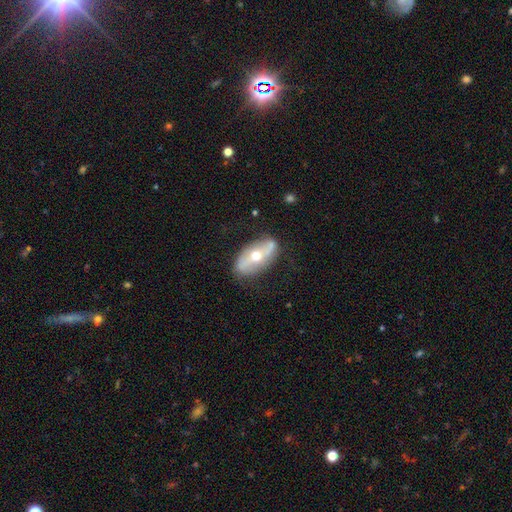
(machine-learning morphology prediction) featured or disk 62%, smooth 32%, star or artifact 6%. Down the decision tree: edge-on disk — no (81%); merging — none (71%).